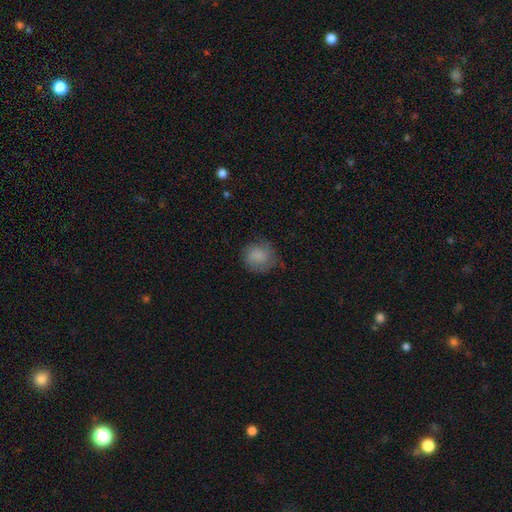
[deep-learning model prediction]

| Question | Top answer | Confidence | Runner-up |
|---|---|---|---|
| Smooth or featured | smooth | 81% | featured or disk (11%) |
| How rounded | round | 85% | in between (14%) |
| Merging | none | 64% | minor disturbance (26%) |